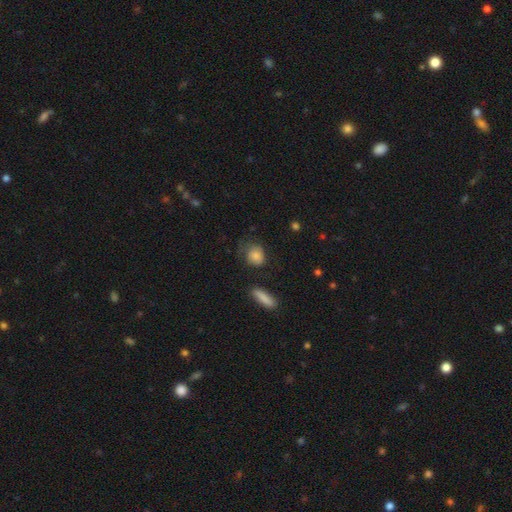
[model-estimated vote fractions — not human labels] smooth_or_featured: smooth (p=0.81) [alt: featured or disk p=0.11]
how_rounded: round (p=0.58) [alt: in between p=0.39]
merging: none (p=0.56) [alt: minor disturbance p=0.26]